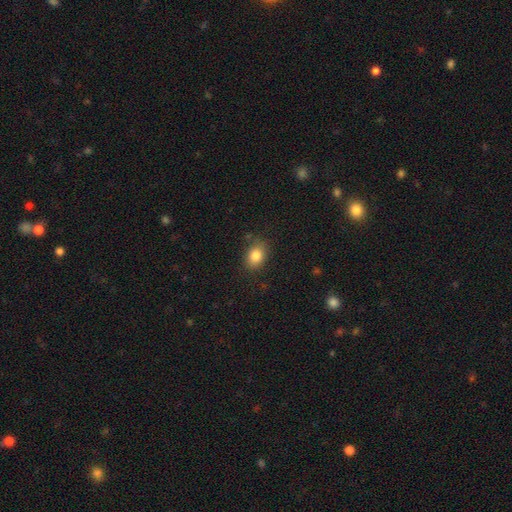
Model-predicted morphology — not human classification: smooth-or-featured: smooth: 84% | star or artifact: 9% | featured or disk: 7%
  how-rounded: in between: 68% | round: 31% | cigar-shaped: 1%
  merging: none: 80% | minor disturbance: 14% | major disturbance: 4% | merger: 2%